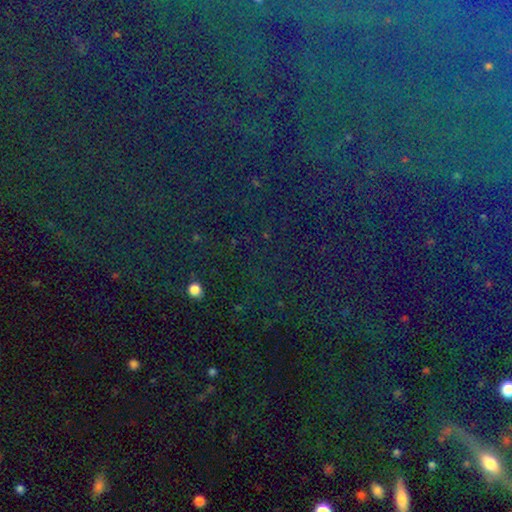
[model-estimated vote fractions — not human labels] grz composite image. It shows a star or artifact, not a galaxy (81%).